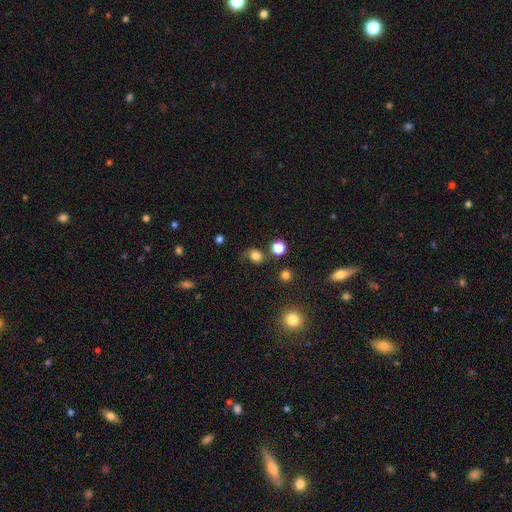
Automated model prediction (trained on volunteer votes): smooth-or-featured: smooth: 79% | star or artifact: 14% | featured or disk: 8%
  how-rounded: round: 72% | in between: 27% | cigar-shaped: 1%
  merging: none: 59% | minor disturbance: 21% | major disturbance: 13% | merger: 7%